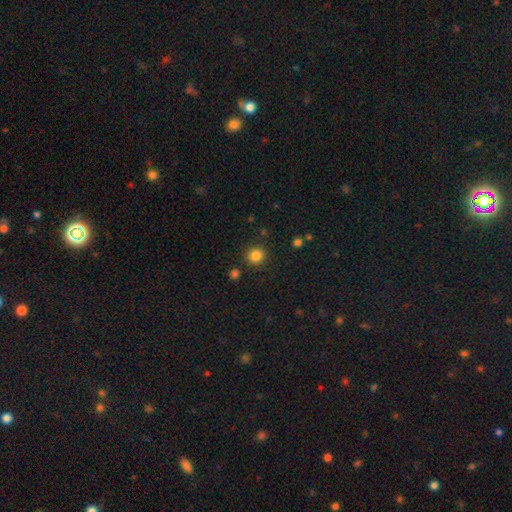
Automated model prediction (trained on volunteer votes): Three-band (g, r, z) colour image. It shows a smooth galaxy with no disk features (84%) that is round (90%). Merging: none (89%).